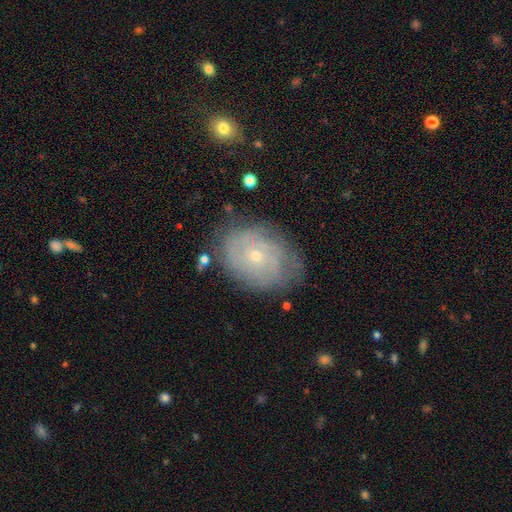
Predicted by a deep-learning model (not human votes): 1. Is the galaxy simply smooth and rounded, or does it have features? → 71% featured or disk, 21% smooth, 8% star or artifact.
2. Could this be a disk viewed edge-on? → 96% no, 4% yes.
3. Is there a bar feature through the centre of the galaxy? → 81% no, 17% weak, 3% strong.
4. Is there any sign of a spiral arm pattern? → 83% yes, 17% no.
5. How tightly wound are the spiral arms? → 69% tight, 23% medium, 8% loose.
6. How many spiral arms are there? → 53% can't tell, 16% 2, 12% 3, 9% 4, 5% more than 4, 5% 1.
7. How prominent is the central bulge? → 72% small, 25% moderate, 1% none, 1% large, 1% dominant.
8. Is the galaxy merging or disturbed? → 71% none, 20% minor disturbance, 7% major disturbance, 2% merger.